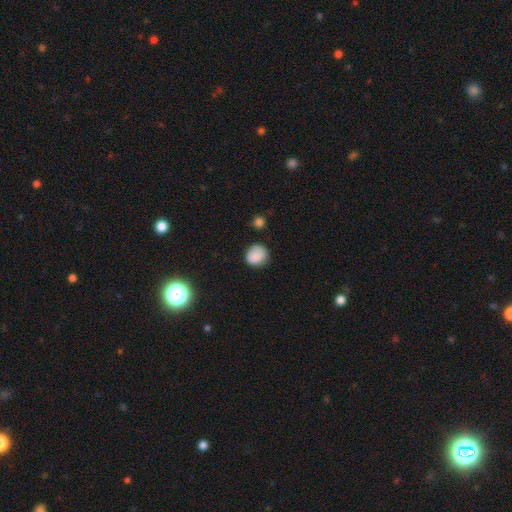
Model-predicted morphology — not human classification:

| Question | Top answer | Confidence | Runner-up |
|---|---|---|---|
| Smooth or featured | smooth | 86% | star or artifact (9%) |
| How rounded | round | 77% | in between (22%) |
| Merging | none | 75% | minor disturbance (19%) |